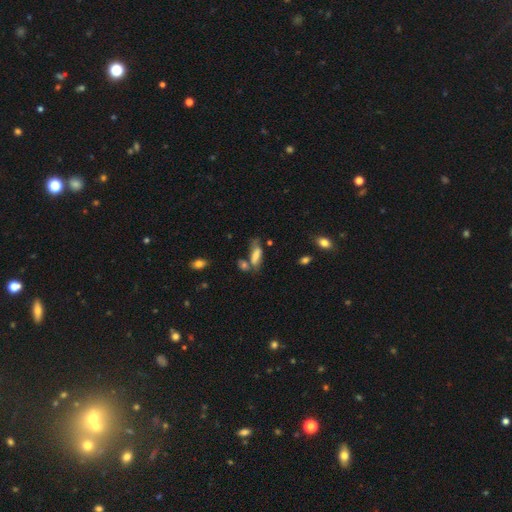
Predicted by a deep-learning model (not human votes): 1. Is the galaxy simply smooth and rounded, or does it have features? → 68% smooth, 23% featured or disk, 10% star or artifact.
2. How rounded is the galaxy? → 54% in between, 43% cigar-shaped, 3% round.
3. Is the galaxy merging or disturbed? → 44% none, 23% minor disturbance, 20% merger, 13% major disturbance.